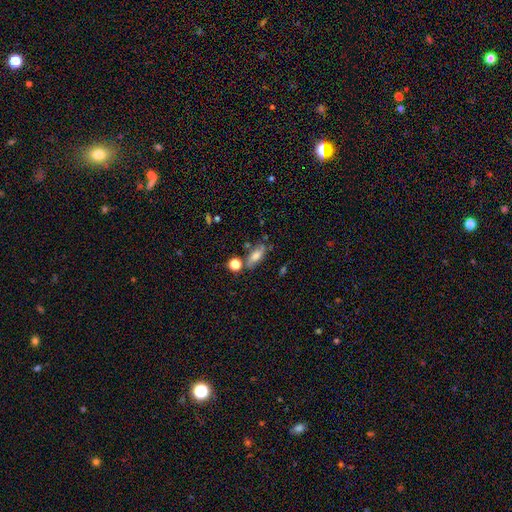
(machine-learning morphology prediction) Smooth or featured?
  - smooth: 62% *
  - featured or disk: 26%
  - star or artifact: 12%
How rounded?
  - in between: 73% *
  - cigar-shaped: 19%
  - round: 8%
Merging?
  - none: 58% *
  - minor disturbance: 21%
  - merger: 13%
  - major disturbance: 8%